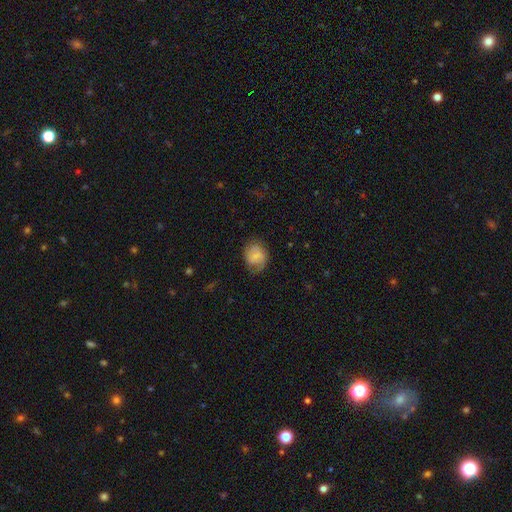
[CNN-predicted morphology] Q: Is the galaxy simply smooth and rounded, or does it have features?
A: smooth — 55%.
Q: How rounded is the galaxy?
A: round — 51%.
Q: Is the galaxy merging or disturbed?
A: none — 61%.